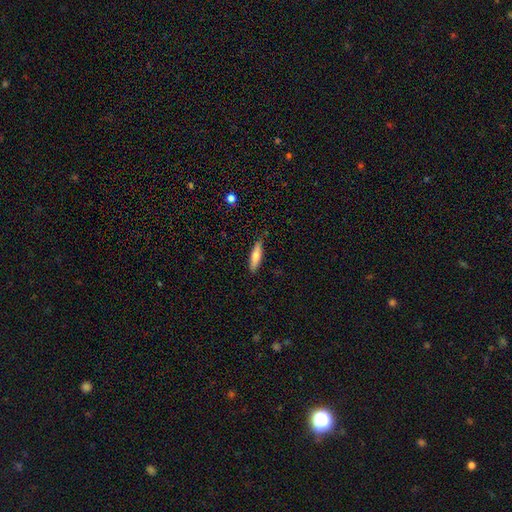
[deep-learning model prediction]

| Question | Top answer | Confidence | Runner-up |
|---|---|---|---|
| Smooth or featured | smooth | 70% | featured or disk (24%) |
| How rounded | cigar-shaped | 75% | in between (24%) |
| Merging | none | 84% | minor disturbance (12%) |